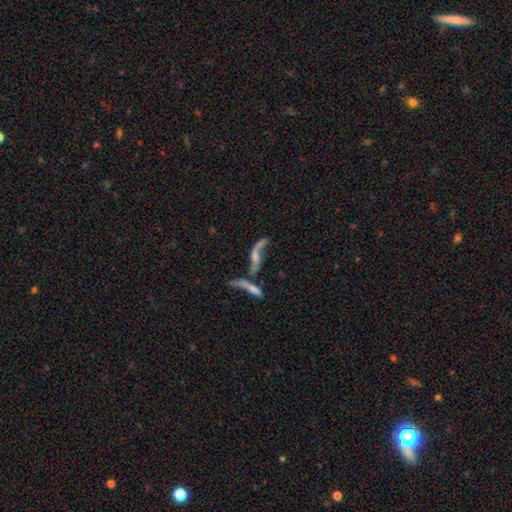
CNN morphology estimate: smooth_or_featured: featured or disk (p=0.70) [alt: smooth p=0.20]
disk_edge_on: no (p=0.78) [alt: yes p=0.22]
bar: no (p=0.60) [alt: weak p=0.29]
has_spiral_arms: yes (p=0.76) [alt: no p=0.24]
bulge_size: none (p=0.37) [alt: small p=0.33]
merging: merger (p=0.46) [alt: none p=0.27]